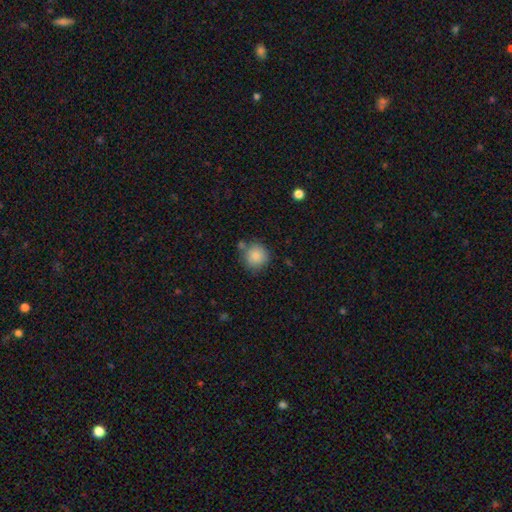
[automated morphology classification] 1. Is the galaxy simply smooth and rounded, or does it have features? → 87% smooth, 8% star or artifact, 5% featured or disk.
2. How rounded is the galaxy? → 91% round, 8% in between, 1% cigar-shaped.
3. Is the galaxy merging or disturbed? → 72% none, 15% minor disturbance, 9% merger, 4% major disturbance.